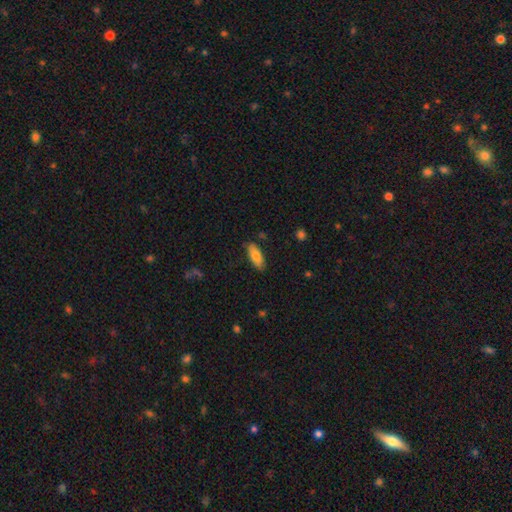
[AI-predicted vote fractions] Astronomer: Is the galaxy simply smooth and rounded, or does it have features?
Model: smooth — 76%.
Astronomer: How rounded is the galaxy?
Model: in between — 72%.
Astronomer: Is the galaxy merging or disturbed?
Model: none — 85%.